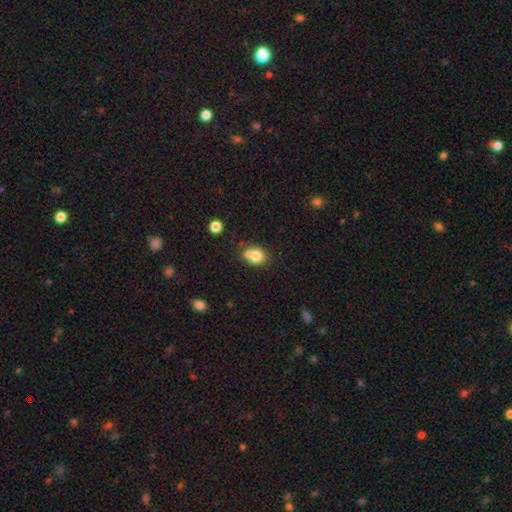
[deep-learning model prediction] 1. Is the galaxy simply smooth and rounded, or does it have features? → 76% smooth, 13% featured or disk, 11% star or artifact.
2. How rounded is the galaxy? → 58% round, 41% in between, 1% cigar-shaped.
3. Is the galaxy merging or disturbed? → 45% none, 36% merger, 14% minor disturbance, 5% major disturbance.